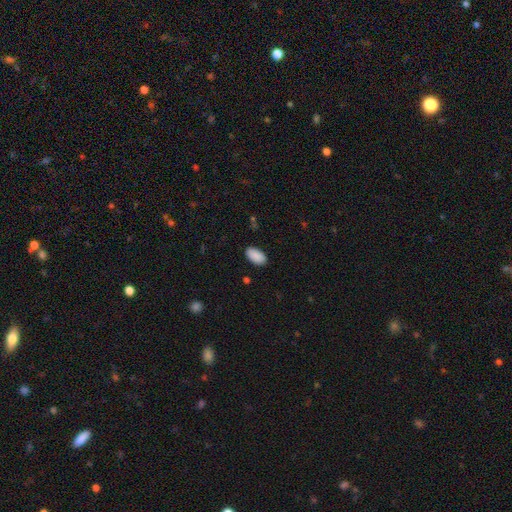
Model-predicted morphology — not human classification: Smooth or featured?
  - smooth: 90% *
  - star or artifact: 7%
  - featured or disk: 3%
How rounded?
  - in between: 95% *
  - round: 3%
  - cigar-shaped: 2%
Merging?
  - none: 88% *
  - minor disturbance: 9%
  - major disturbance: 2%
  - merger: 1%